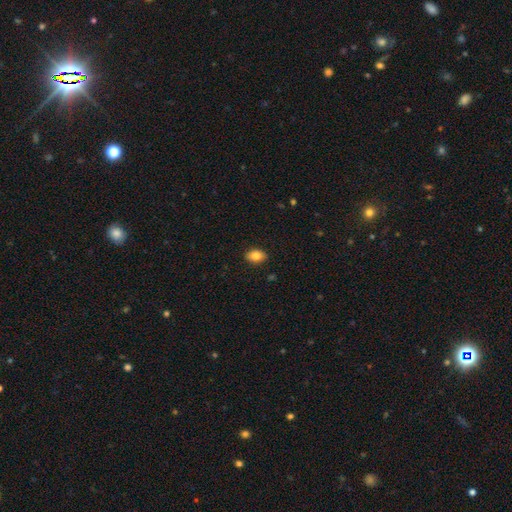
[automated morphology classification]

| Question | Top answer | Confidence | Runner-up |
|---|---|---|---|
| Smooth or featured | smooth | 83% | featured or disk (9%) |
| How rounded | in between | 88% | round (10%) |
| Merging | none | 89% | minor disturbance (8%) |